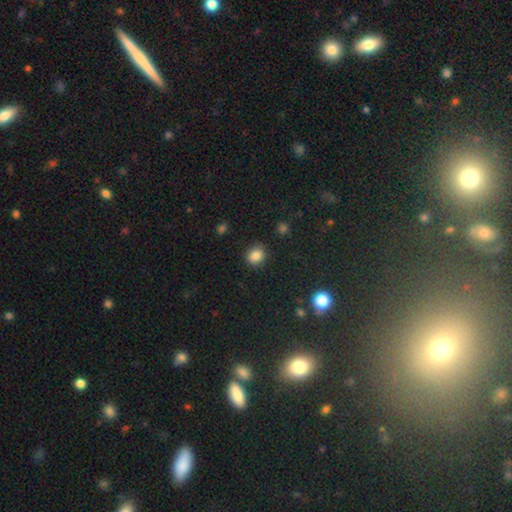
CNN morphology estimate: Q: Smooth or featured?
A: smooth (84%); runner-up: star or artifact (11%)
Q: How rounded?
A: round (66%); runner-up: in between (33%)
Q: Merging?
A: none (83%); runner-up: minor disturbance (12%)